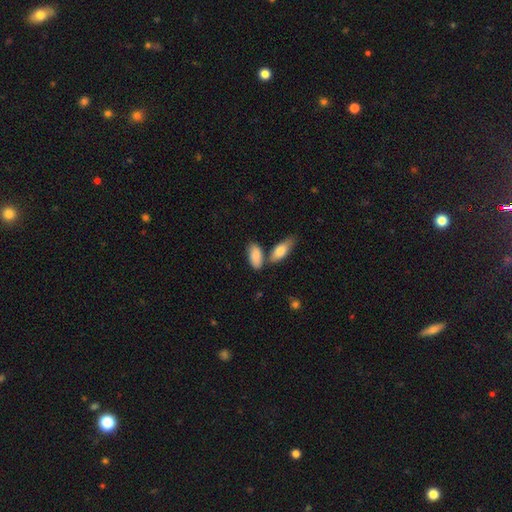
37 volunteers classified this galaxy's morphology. Smooth or featured? 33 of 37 (89%) said smooth. How rounded? 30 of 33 (91%) said in between. Merging? 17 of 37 (46%) said none.